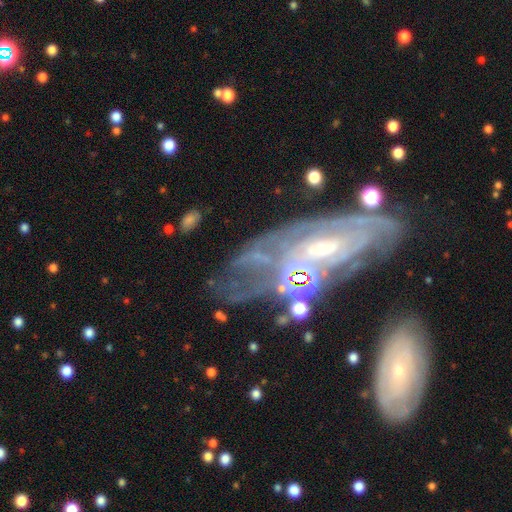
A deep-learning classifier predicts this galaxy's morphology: featured or disk 65%, star or artifact 18%, smooth 17%. Down the decision tree: edge-on disk — no (92%); bar — no (55%); spiral arms — yes (73%); bulge size — small (51%); merging — none (47%).